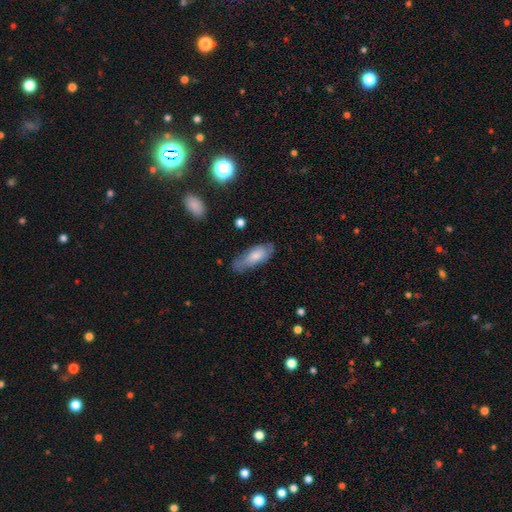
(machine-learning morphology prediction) type=smooth (71%); roundness=in between (72%); merging=none (64%).